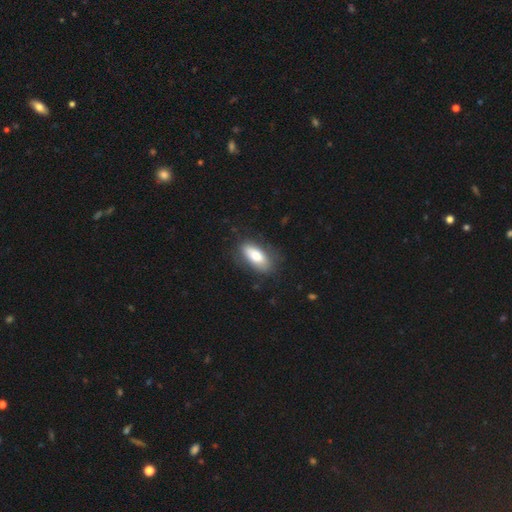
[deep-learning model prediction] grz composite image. It shows a smooth galaxy with no disk features (78%) that is in between round and cigar-shaped (83%). Merging: none (76%).